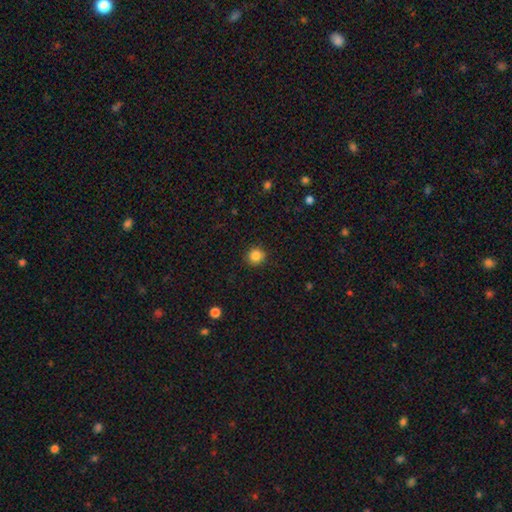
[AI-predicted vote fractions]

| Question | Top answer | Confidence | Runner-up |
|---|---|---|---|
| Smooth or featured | smooth | 85% | star or artifact (11%) |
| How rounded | round | 93% | in between (6%) |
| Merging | none | 91% | minor disturbance (6%) |